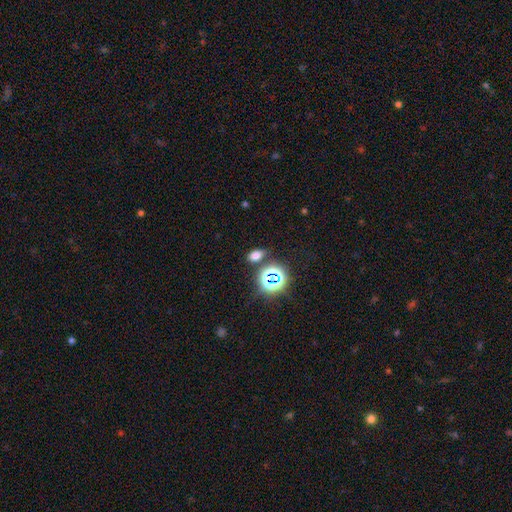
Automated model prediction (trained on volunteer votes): This appears to be a smooth galaxy with no disk features (65%) that is in between round and cigar-shaped (82%). Merging: none (78%).